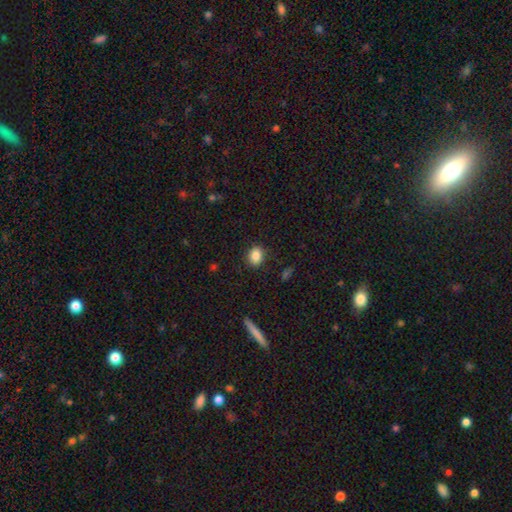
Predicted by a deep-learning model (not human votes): This appears to be a smooth galaxy with no disk features (85%) that is in between round and cigar-shaped (51%). Merging: none (88%).